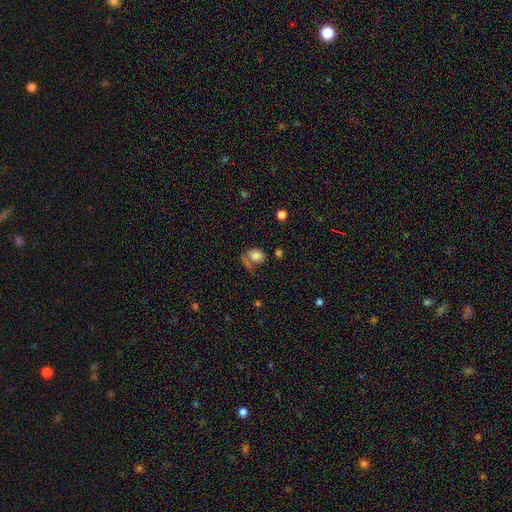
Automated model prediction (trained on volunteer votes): Morphology: type=smooth (77%); roundness=in between (55%); merging=none (50%).